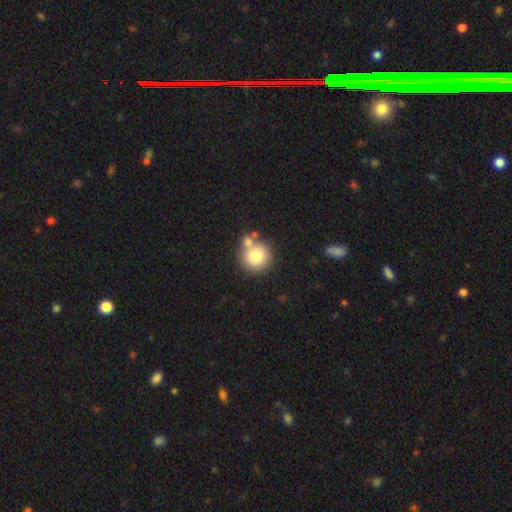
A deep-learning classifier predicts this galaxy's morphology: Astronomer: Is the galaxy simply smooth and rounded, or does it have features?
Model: smooth — 77%.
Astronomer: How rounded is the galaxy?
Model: round — 92%.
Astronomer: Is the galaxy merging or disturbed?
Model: none — 60%.